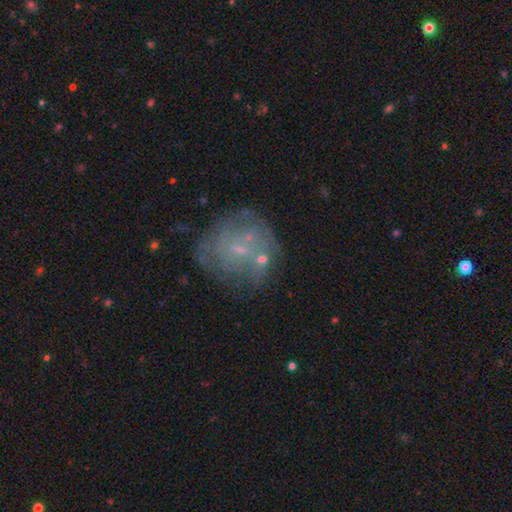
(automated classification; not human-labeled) Smooth or featured: featured or disk — 61% (smooth — 27%)
Edge-on disk: no — 97% (yes — 3%)
Bar: no — 65% (weak — 29%)
Spiral arms: no — 53% (yes — 47%)
Bulge size: small — 68% (none — 16%)
Merging: none — 54% (minor disturbance — 19%)